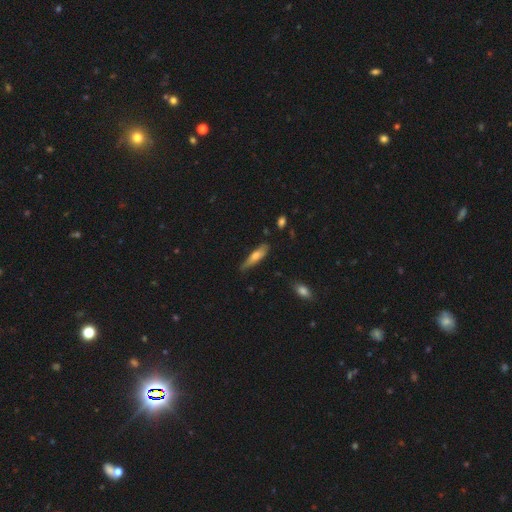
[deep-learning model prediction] Smooth or featured? Predicted: smooth (p=0.62). How rounded? Predicted: cigar-shaped (p=0.72). Merging? Predicted: none (p=0.63).